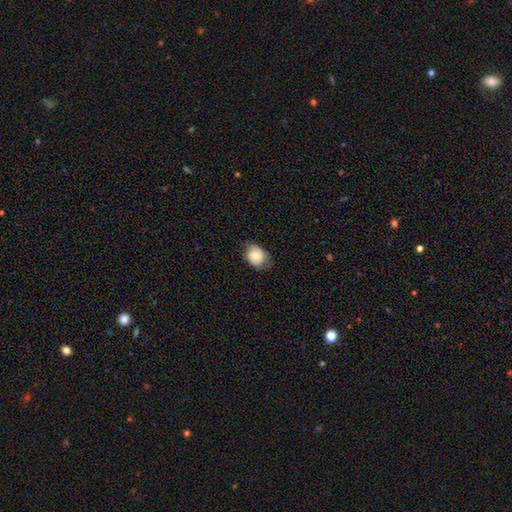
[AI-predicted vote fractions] Overall: smooth (73%). How rounded: in between (57%; round 42%). Merging: none (64%; minor disturbance 28%).